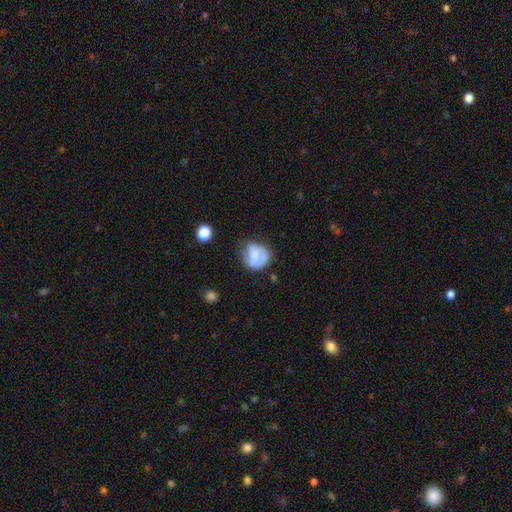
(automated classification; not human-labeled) Smooth or featured: smooth — 53% (featured or disk — 38%)
How rounded: round — 70% (in between — 29%)
Merging: none — 42% (minor disturbance — 31%)